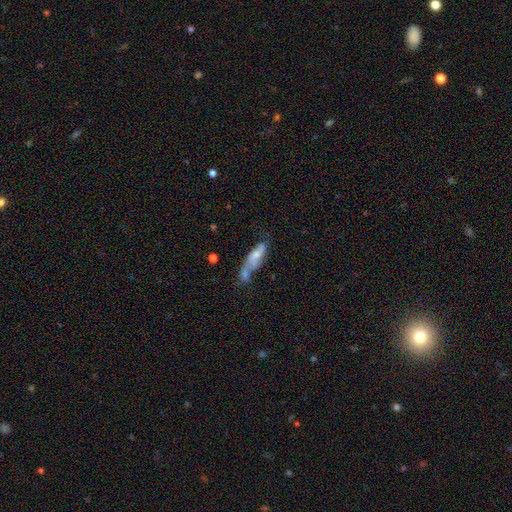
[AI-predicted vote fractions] A smooth galaxy with no disk features (55%) that is in between round and cigar-shaped (55%). Merging: merger (44%).